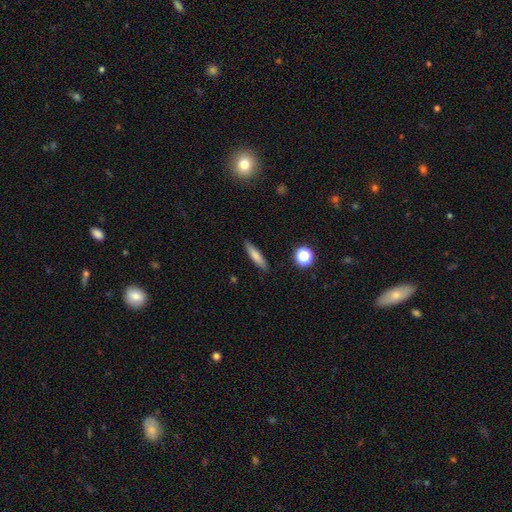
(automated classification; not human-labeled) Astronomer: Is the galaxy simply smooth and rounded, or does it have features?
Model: smooth — 75%.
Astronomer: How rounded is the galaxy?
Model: cigar-shaped — 82%.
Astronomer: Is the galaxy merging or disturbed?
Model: none — 88%.